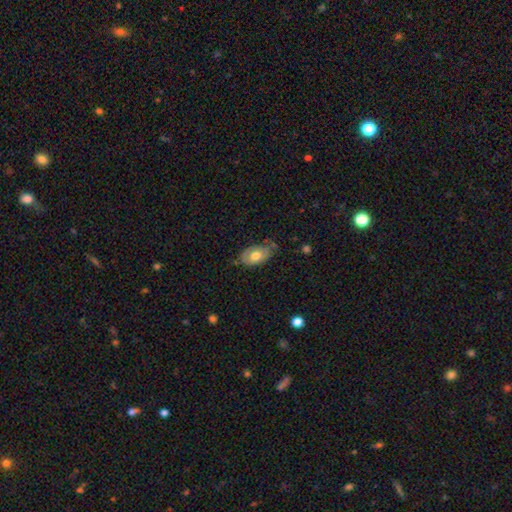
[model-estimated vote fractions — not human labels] smooth_or_featured: smooth (p=0.58) [alt: featured or disk p=0.35]
how_rounded: in between (p=0.92) [alt: round p=0.06]
merging: none (p=0.57) [alt: minor disturbance p=0.33]